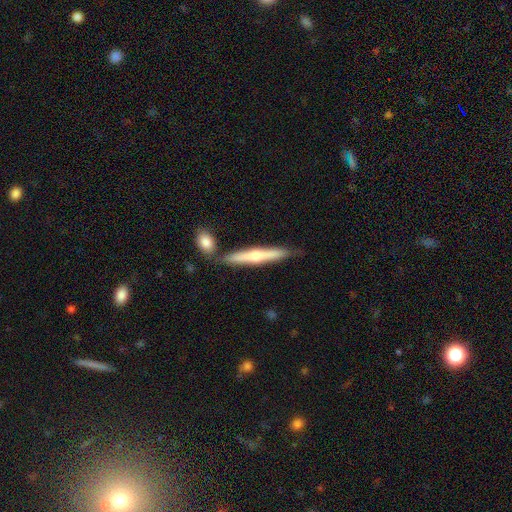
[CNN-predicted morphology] This appears to be a featured or disk galaxy (51%) viewed edge-on (95%). Merging: none (77%).